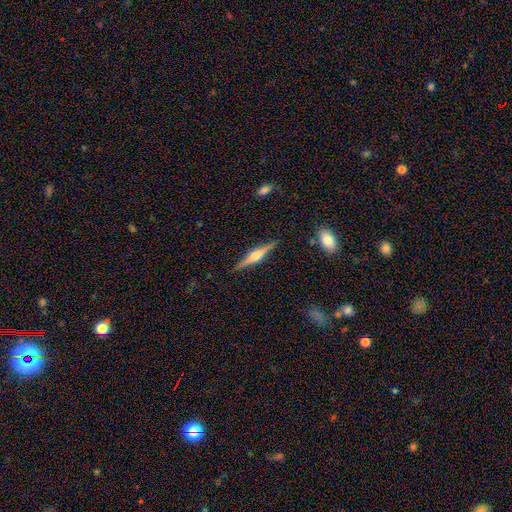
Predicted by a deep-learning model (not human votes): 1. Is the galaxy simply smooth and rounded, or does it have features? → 77% featured or disk, 17% smooth, 6% star or artifact.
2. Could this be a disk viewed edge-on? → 98% yes, 2% no.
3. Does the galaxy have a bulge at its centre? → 88% rounded, 9% boxy, 3% none.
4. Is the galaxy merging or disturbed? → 90% none, 7% minor disturbance, 2% major disturbance, 1% merger.